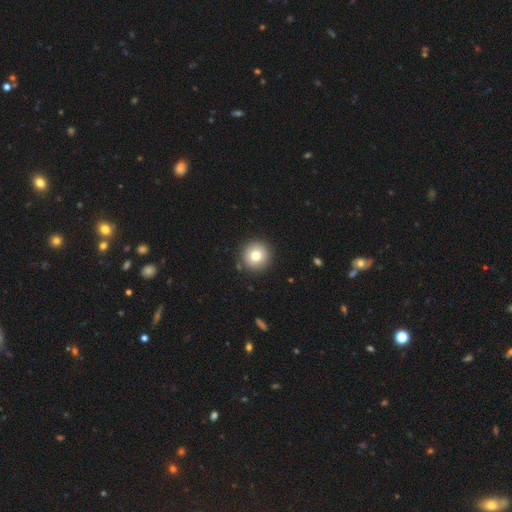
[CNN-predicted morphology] smooth_or_featured: smooth (p=0.78) [alt: featured or disk p=0.12]
how_rounded: round (p=0.95) [alt: in between p=0.04]
merging: none (p=0.90) [alt: minor disturbance p=0.06]